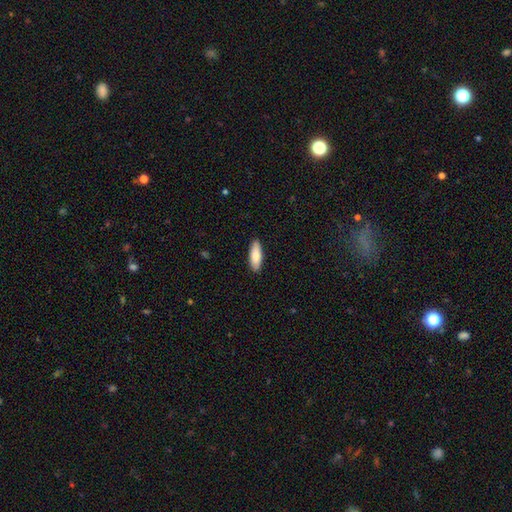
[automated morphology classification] A smooth galaxy with no disk features (82%) that is in between round and cigar-shaped (63%). Merging: none (89%).